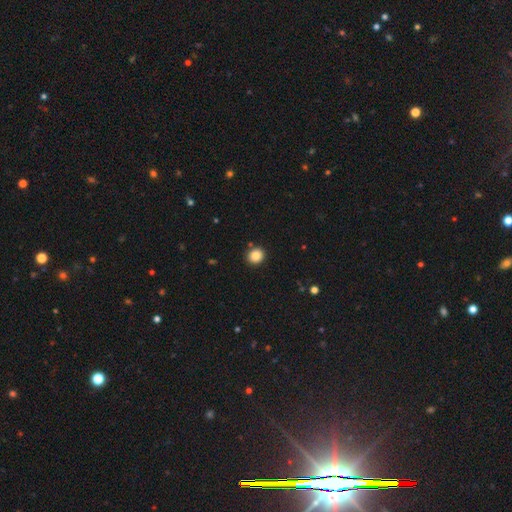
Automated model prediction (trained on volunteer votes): Overall: smooth (86%). How rounded: round (77%). Merging: none (88%).